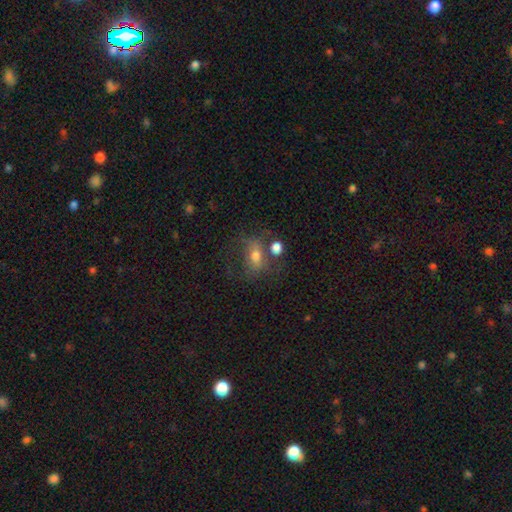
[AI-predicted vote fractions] Q: Smooth or featured?
A: smooth (48%); runner-up: featured or disk (34%)
Q: Merging?
A: none (50%); runner-up: minor disturbance (18%)